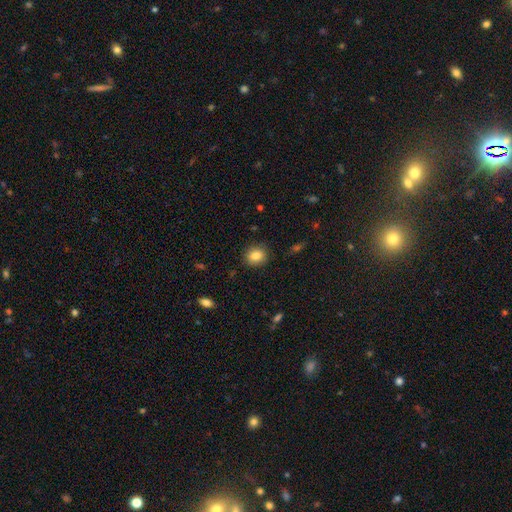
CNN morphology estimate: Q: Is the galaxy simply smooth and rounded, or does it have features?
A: smooth — 84%.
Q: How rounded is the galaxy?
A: round — 67%.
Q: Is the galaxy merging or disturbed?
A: none — 88%.